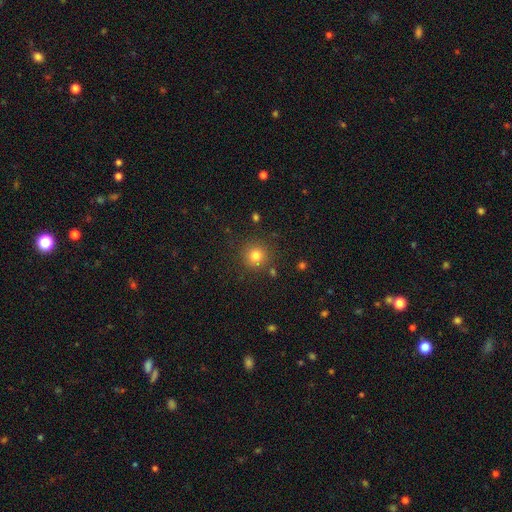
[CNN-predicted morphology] Q: Smooth or featured?
A: smooth (79%); runner-up: star or artifact (14%)
Q: How rounded?
A: round (94%); runner-up: in between (5%)
Q: Merging?
A: none (87%); runner-up: minor disturbance (7%)